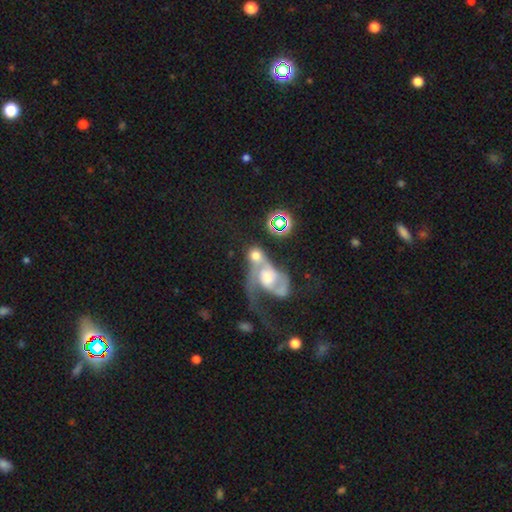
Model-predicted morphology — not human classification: Smooth or featured? featured or disk (51%)
Edge-on disk? no (94%)
Merging? merger (70%)